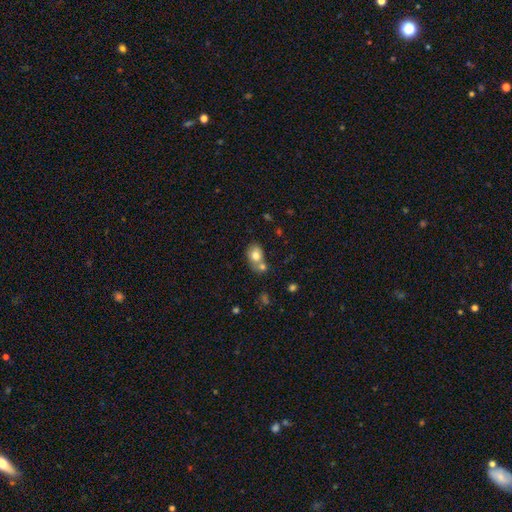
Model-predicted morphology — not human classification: The model was most divided on "merging": merger: 43%, none: 40%, minor disturbance: 12%, major disturbance: 4%. More confident: smooth or featured — smooth (76%); how rounded — in between (54%).